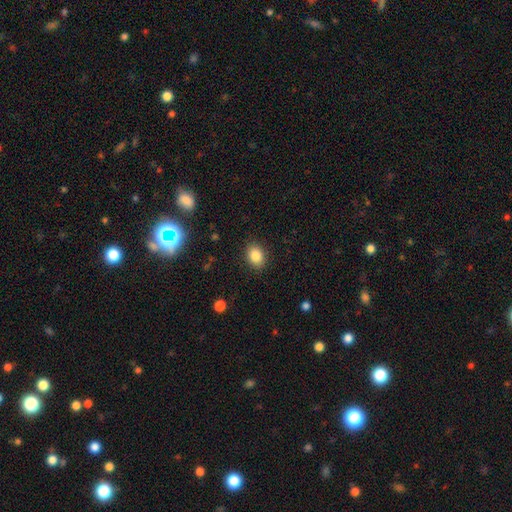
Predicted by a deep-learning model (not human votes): Smooth or featured: smooth — 84% (star or artifact — 10%)
How rounded: in between — 58% (round — 41%)
Merging: none — 88% (minor disturbance — 8%)